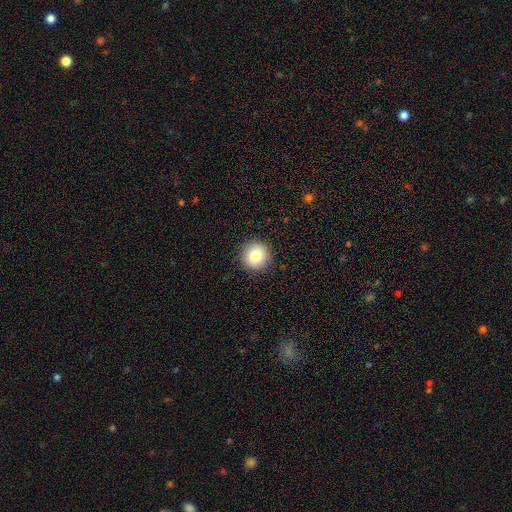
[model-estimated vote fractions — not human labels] A smooth galaxy with no disk features (81%) that is round (95%). Merging: none (91%).